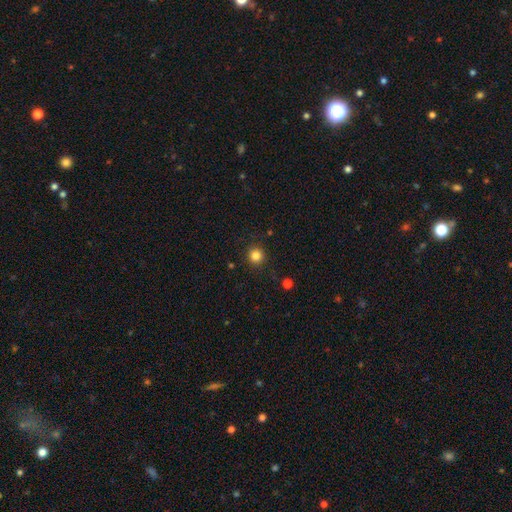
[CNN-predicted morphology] smooth 84%, star or artifact 12%, featured or disk 4%. Down the decision tree: how rounded — round (94%); merging — none (90%).